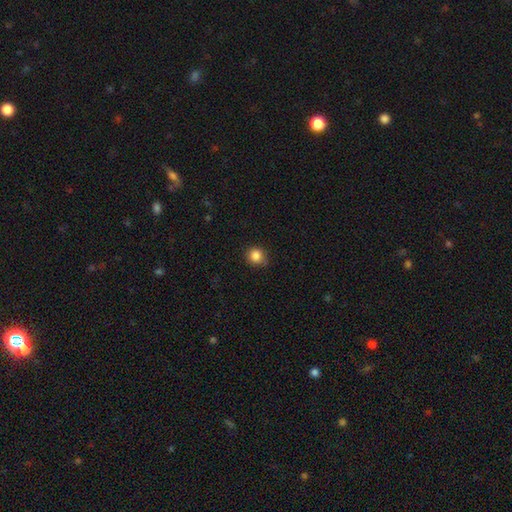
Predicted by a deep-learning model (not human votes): A smooth galaxy with no disk features (84%) that is round (88%).

Vote fractions:
- Smooth or featured? smooth: 84% / star or artifact: 11% / featured or disk: 5%
- How rounded? round: 88% / in between: 11% / cigar-shaped: 1%
- Merging? none: 79% / minor disturbance: 17% / major disturbance: 3% / merger: 1%